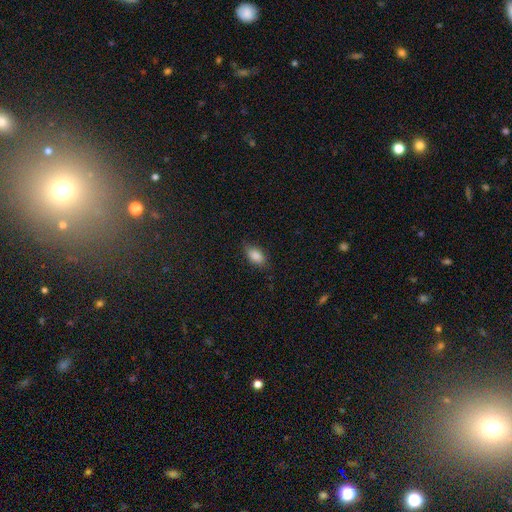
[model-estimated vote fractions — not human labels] Q: Smooth or featured?
A: smooth (87%); runner-up: star or artifact (8%)
Q: How rounded?
A: in between (90%); runner-up: round (6%)
Q: Merging?
A: none (79%); runner-up: minor disturbance (16%)